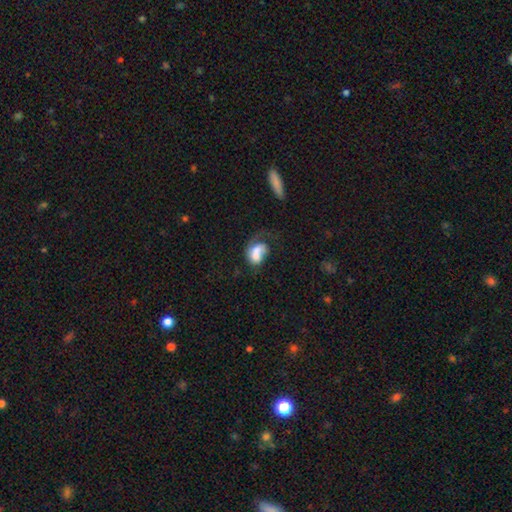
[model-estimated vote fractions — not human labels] Smooth or featured?
  - smooth: 61% *
  - featured or disk: 30%
  - star or artifact: 9%
How rounded?
  - in between: 71% *
  - round: 27%
  - cigar-shaped: 2%
Merging?
  - merger: 37% *
  - major disturbance: 27%
  - none: 20%
  - minor disturbance: 16%